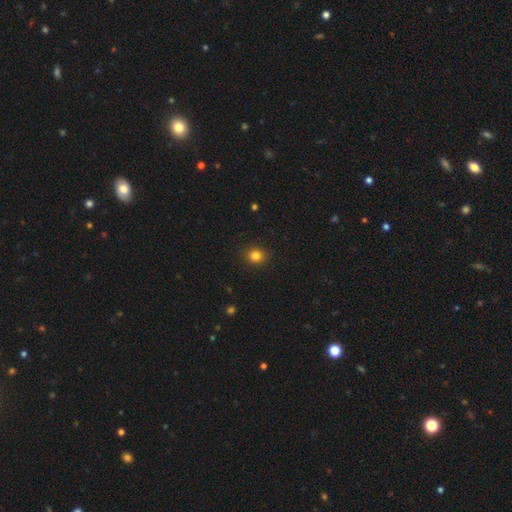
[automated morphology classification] This is clearly a smooth galaxy (83%). How rounded: likely round (78%). Merging: clearly none (91%).